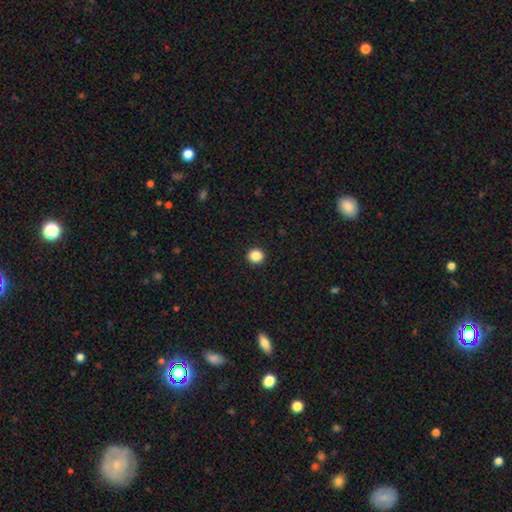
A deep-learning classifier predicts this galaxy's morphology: This is clearly a smooth galaxy (87%). How rounded: clearly round (90%). Merging: clearly none (93%).